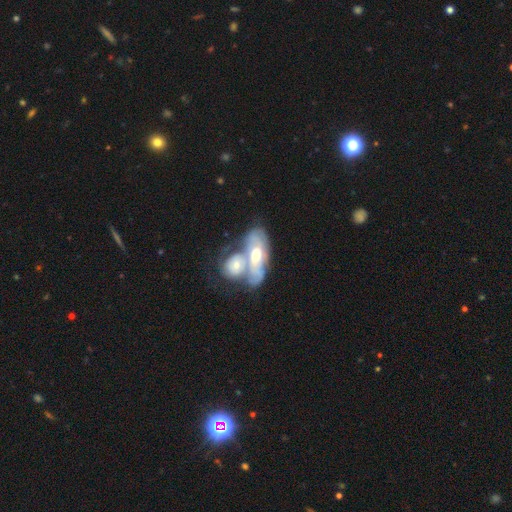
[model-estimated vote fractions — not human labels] Smooth or featured? Predicted: featured or disk (p=0.63). Edge-on disk? Predicted: no (p=0.86). Bar? Predicted: no (p=0.68). Spiral arms? Predicted: yes (p=0.54). Bulge size? Predicted: moderate (p=0.68). Merging? Predicted: merger (p=0.61).